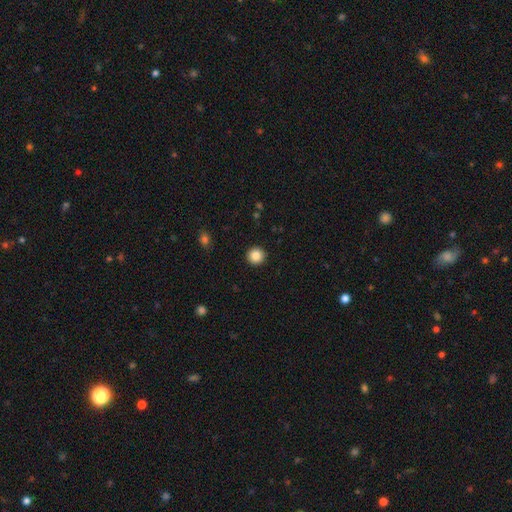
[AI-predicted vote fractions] Smooth or featured? smooth (86%)
How rounded? round (95%)
Merging? none (93%)